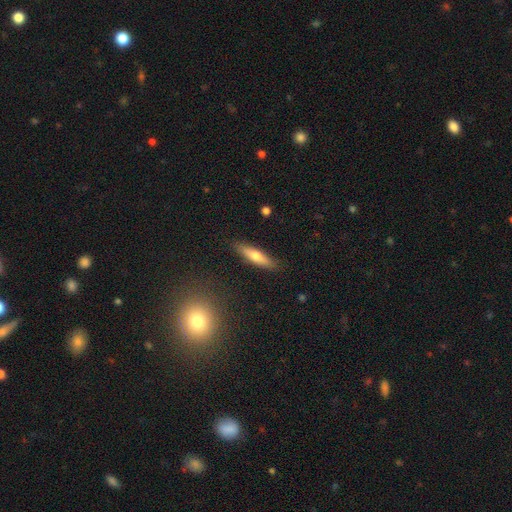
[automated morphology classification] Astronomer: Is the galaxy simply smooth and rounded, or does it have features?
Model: smooth — 62%.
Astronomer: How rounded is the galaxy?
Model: cigar-shaped — 76%.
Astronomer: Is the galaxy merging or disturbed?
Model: none — 87%.